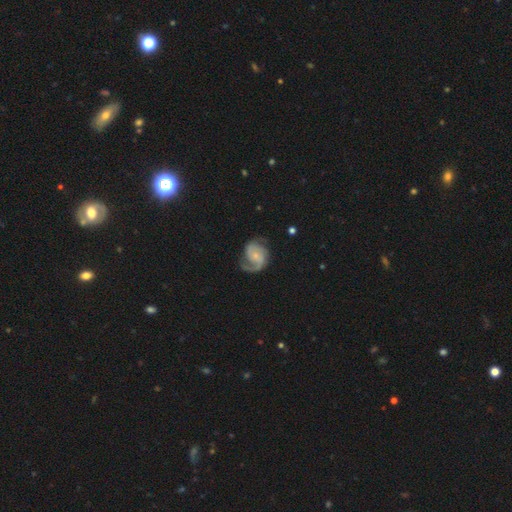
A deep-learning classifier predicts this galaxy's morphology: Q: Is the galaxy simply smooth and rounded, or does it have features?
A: featured or disk — 83%.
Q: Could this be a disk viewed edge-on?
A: no — 98%.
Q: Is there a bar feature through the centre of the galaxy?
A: no — 64%.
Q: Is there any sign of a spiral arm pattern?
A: yes — 96%.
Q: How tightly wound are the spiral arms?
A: medium — 49%.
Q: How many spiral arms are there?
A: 2 — 74%.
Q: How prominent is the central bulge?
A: small — 68%.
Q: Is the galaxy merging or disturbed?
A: none — 63%.